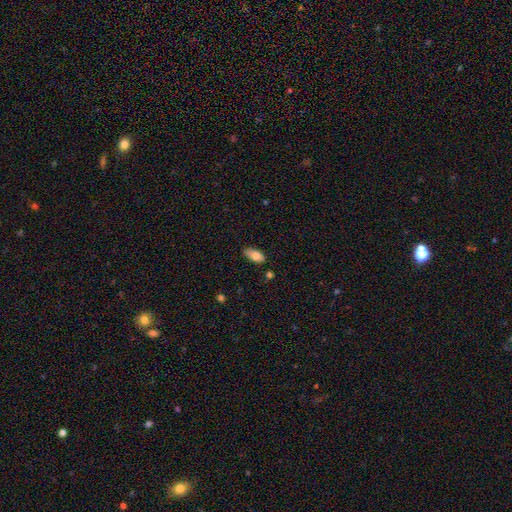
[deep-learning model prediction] A smooth galaxy with no disk features (78%) that is in between round and cigar-shaped (88%).

Vote fractions:
- Smooth or featured? smooth: 78% / featured or disk: 15% / star or artifact: 7%
- How rounded? in between: 88% / cigar-shaped: 9% / round: 3%
- Merging? none: 74% / minor disturbance: 20% / major disturbance: 4% / merger: 2%